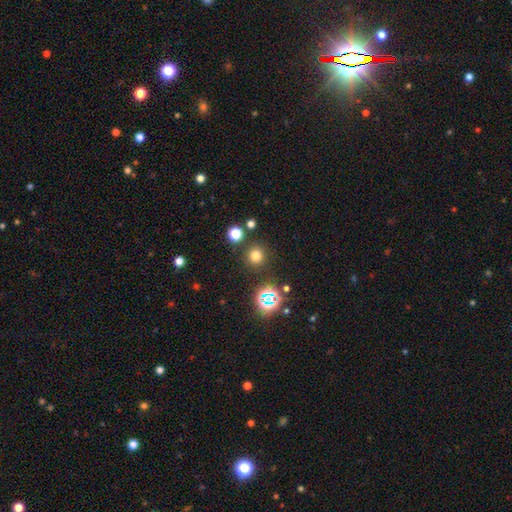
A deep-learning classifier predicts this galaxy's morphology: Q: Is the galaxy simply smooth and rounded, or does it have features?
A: smooth — 72%.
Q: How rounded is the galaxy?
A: round — 94%.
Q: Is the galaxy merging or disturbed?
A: none — 87%.